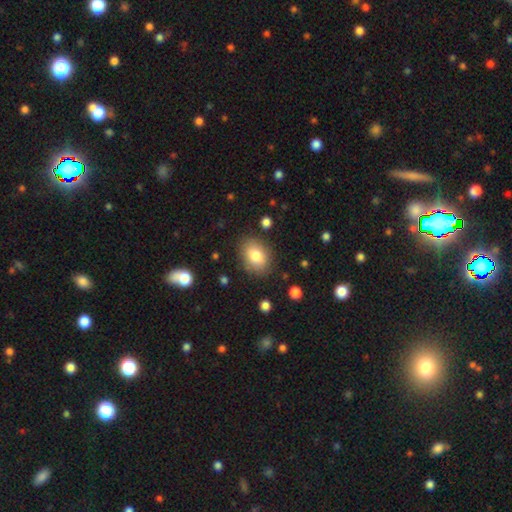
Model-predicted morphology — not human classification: Smooth or featured: smooth — 82% (featured or disk — 10%)
How rounded: in between — 69% (round — 29%)
Merging: none — 83% (minor disturbance — 11%)